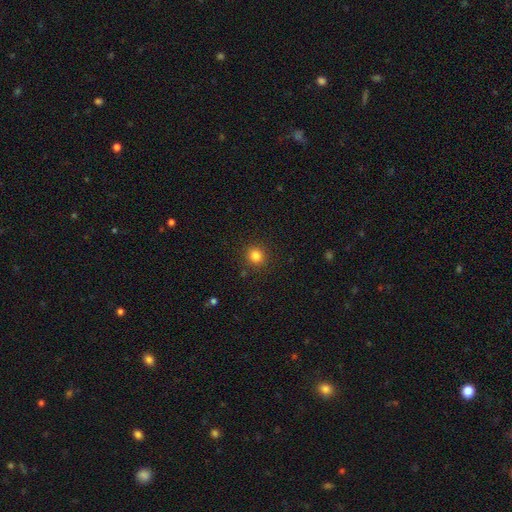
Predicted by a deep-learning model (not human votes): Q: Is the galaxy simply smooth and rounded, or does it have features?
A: smooth — 83%.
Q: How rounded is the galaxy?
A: round — 88%.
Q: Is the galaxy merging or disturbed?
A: none — 90%.